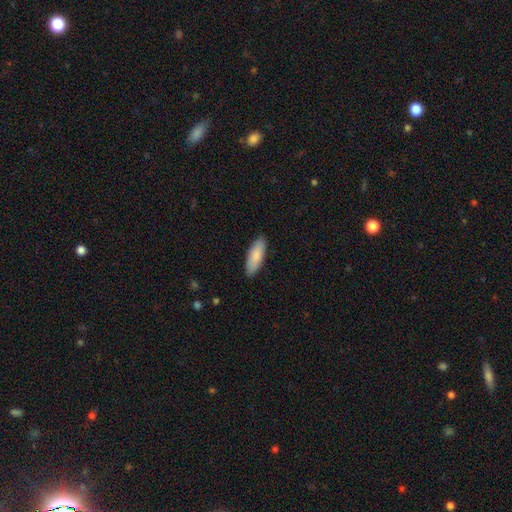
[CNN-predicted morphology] smooth_or_featured: smooth (p=0.86) [alt: featured or disk p=0.08]
how_rounded: in between (p=0.65) [alt: cigar-shaped p=0.33]
merging: none (p=0.88) [alt: minor disturbance p=0.09]